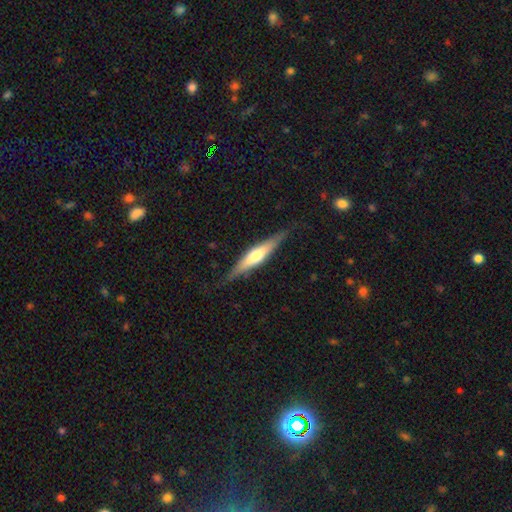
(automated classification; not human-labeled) A featured or disk galaxy (56%) viewed edge-on (94%) with a rounded central bulge (82%). Merging: none (84%).